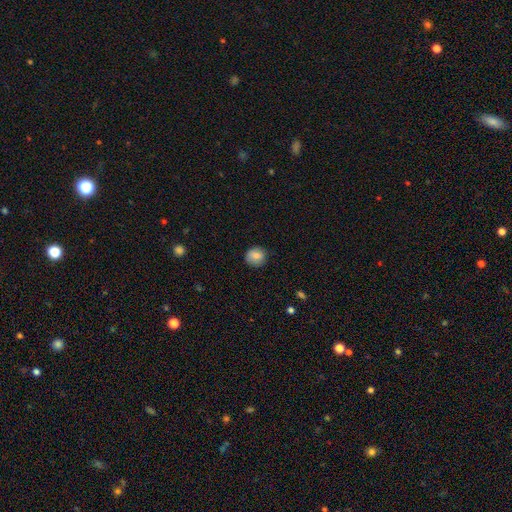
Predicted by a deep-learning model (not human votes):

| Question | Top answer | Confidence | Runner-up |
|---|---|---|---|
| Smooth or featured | smooth | 83% | star or artifact (9%) |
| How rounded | round | 84% | in between (15%) |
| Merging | none | 80% | minor disturbance (16%) |